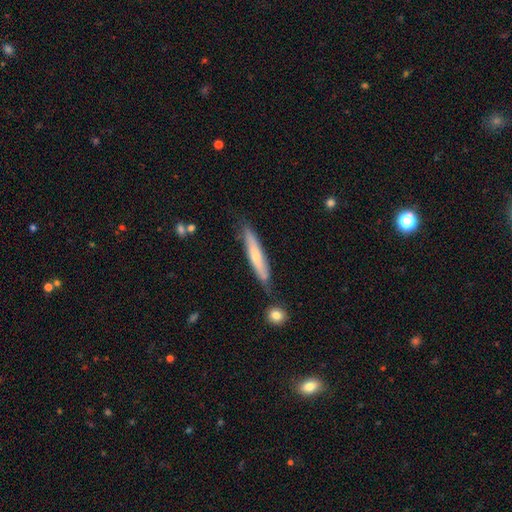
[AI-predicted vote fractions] This appears to be a smooth galaxy with no disk features (54%) that is cigar-shaped (91%). Merging: none (74%).